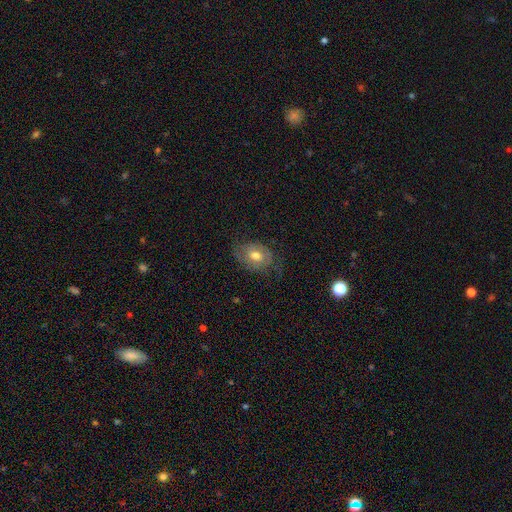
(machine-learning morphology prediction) smooth_or_featured: smooth (p=0.46) [alt: featured or disk p=0.45]
merging: none (p=0.61) [alt: minor disturbance p=0.24]